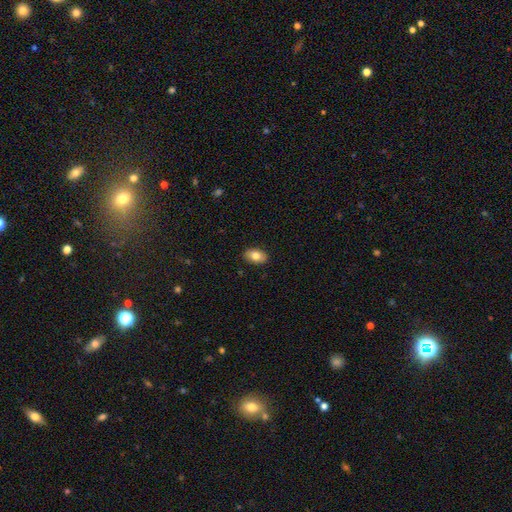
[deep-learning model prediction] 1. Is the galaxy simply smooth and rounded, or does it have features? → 80% smooth, 12% featured or disk, 7% star or artifact.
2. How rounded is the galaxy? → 90% in between, 9% round, 1% cigar-shaped.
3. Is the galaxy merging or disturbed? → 89% none, 9% minor disturbance, 2% major disturbance, 1% merger.